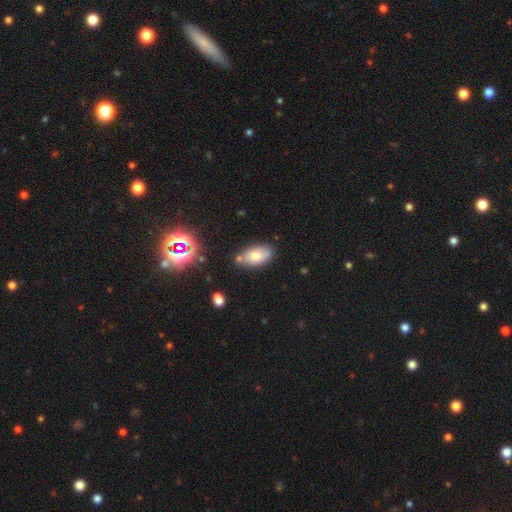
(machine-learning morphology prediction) Overall: smooth (70%). How rounded: in between (92%). Merging: none (70%).